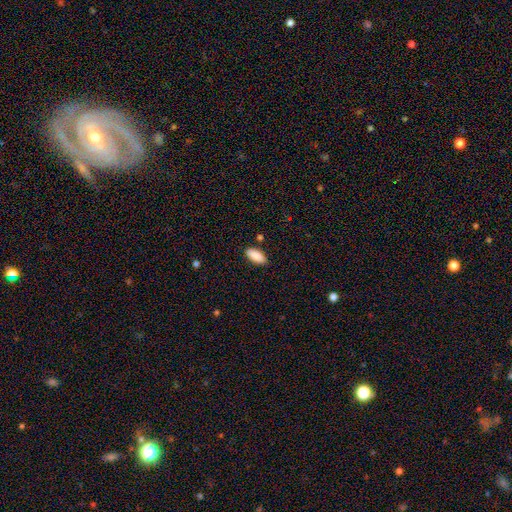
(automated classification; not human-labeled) The model was most divided on "how rounded": in between: 87%, cigar-shaped: 11%, round: 2%. More confident: smooth or featured — smooth (89%); merging — none (87%).